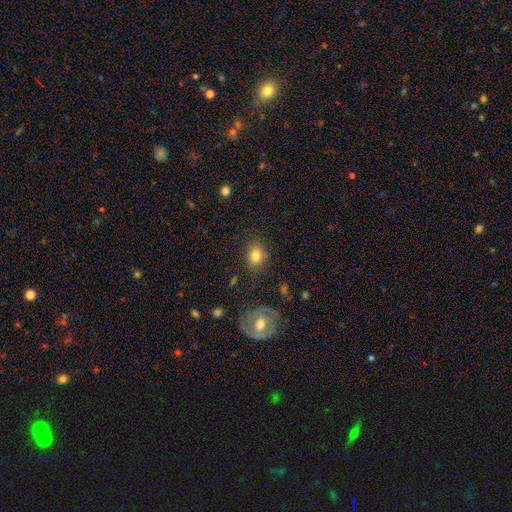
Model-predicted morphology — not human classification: smooth 81%, star or artifact 10%, featured or disk 9%. Down the decision tree: how rounded — round (51%); merging — none (83%).